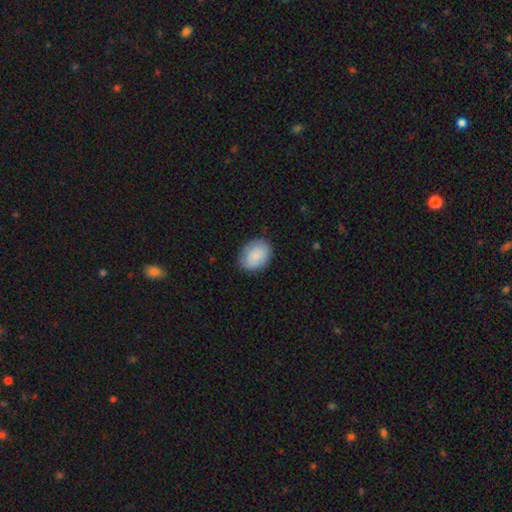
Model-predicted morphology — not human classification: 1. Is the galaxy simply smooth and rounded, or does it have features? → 85% smooth, 8% featured or disk, 6% star or artifact.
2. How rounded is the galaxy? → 67% in between, 32% round, 1% cigar-shaped.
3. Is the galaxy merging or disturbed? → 82% none, 14% minor disturbance, 3% major disturbance, 1% merger.